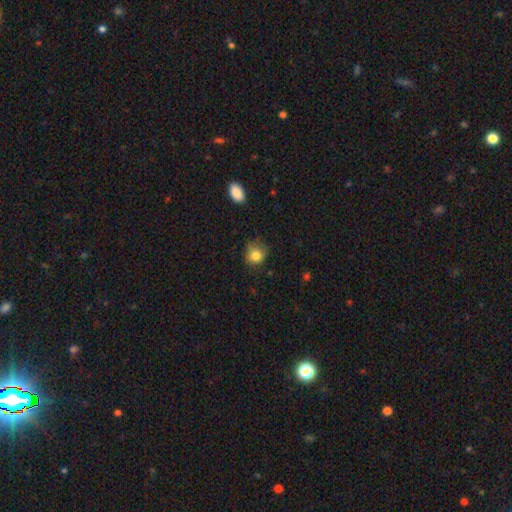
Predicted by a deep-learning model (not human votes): This appears to be a smooth galaxy with no disk features (81%) that is round (77%). Merging: none (61%).